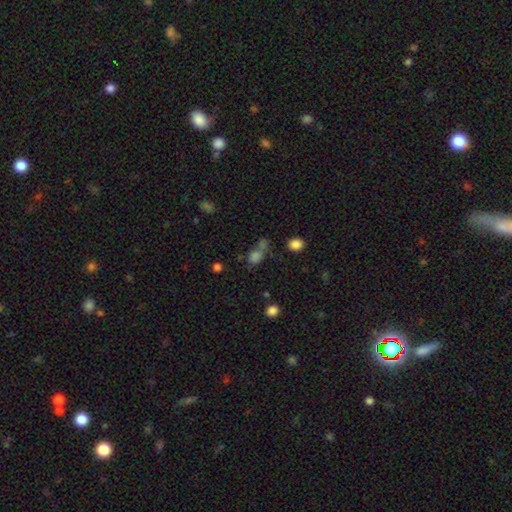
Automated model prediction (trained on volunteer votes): Smooth or featured?
  - smooth: 65% *
  - star or artifact: 25%
  - featured or disk: 10%
How rounded?
  - round: 51% *
  - in between: 44%
  - cigar-shaped: 5%
Merging?
  - none: 45% *
  - merger: 33%
  - minor disturbance: 13%
  - major disturbance: 10%